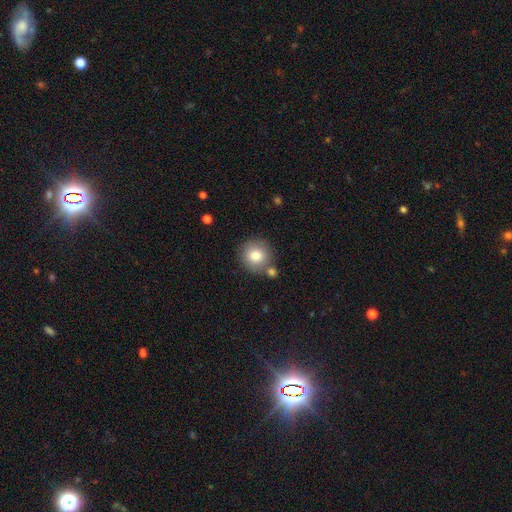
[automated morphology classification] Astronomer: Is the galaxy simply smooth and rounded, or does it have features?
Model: smooth — 80%.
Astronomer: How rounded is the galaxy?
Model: round — 93%.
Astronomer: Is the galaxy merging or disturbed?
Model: none — 74%.